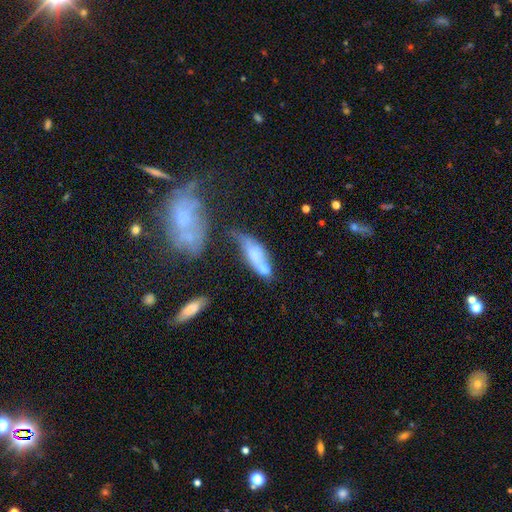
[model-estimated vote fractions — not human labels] A smooth galaxy with no disk features (51%) that is in between round and cigar-shaped (52%).

Vote fractions:
- Smooth or featured? smooth: 51% / featured or disk: 40% / star or artifact: 9%
- How rounded? in between: 52% / cigar-shaped: 45% / round: 3%
- Merging? merger: 29% / none: 26% / minor disturbance: 25% / major disturbance: 20%